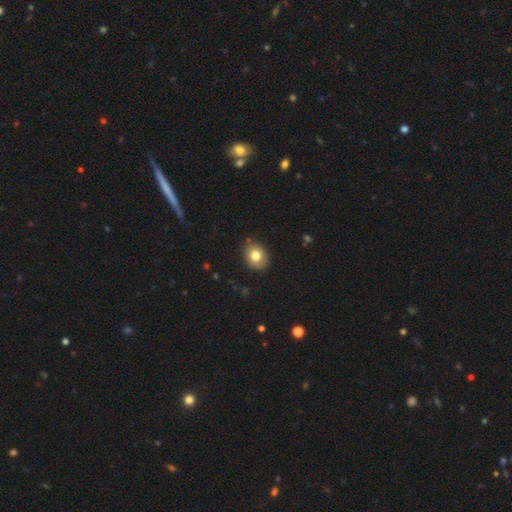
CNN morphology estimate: Smooth or featured? smooth (80%)
How rounded? round (52%)
Merging? none (86%)